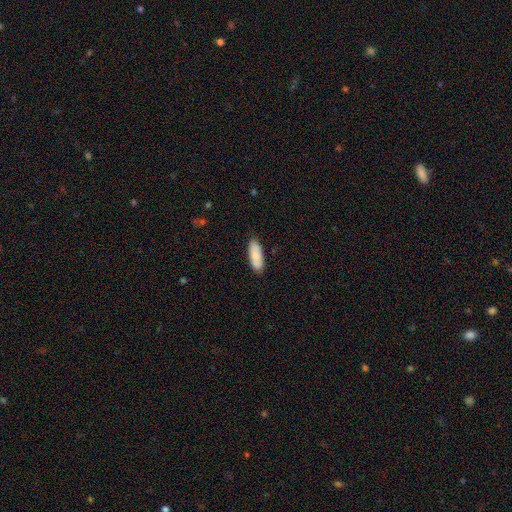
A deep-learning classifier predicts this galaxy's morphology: type=smooth (81%); roundness=in between (74%); merging=none (84%).